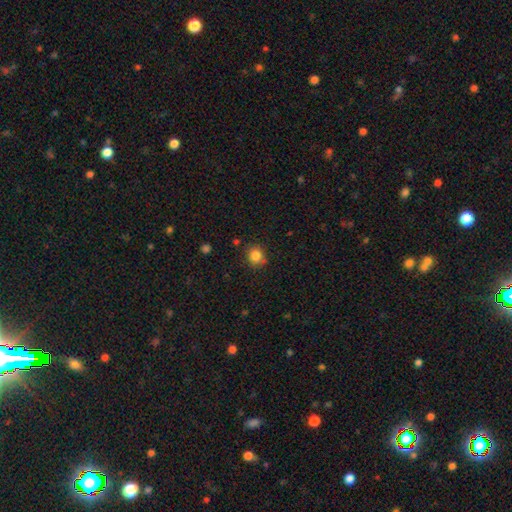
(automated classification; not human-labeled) Smooth or featured: smooth — 84% (star or artifact — 11%)
How rounded: round — 85% (in between — 14%)
Merging: none — 82% (minor disturbance — 12%)